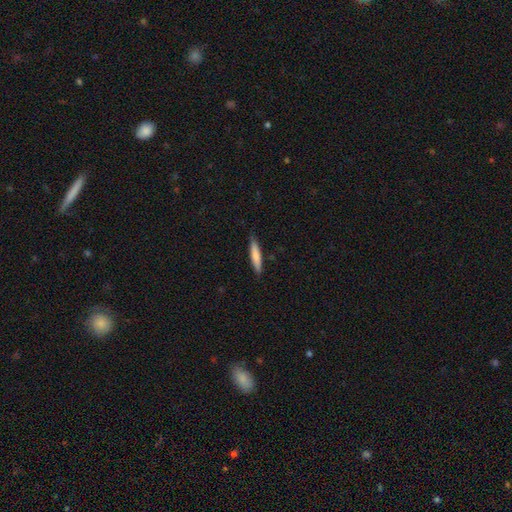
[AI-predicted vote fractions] This is likely a smooth galaxy (77%). How rounded: clearly cigar-shaped (88%). Merging: clearly none (86%).